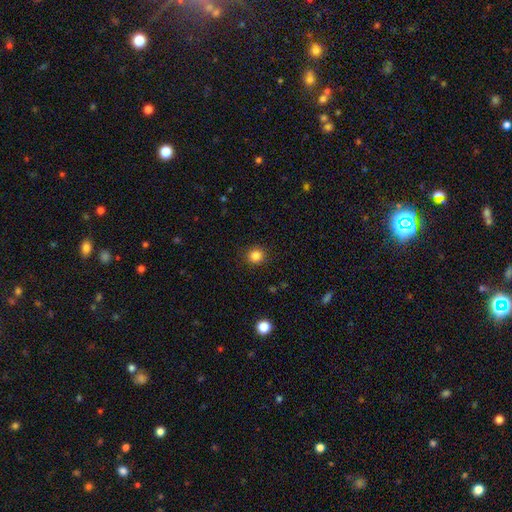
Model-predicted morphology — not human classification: Q: Smooth or featured?
A: smooth (84%); runner-up: star or artifact (12%)
Q: How rounded?
A: round (91%); runner-up: in between (8%)
Q: Merging?
A: none (90%); runner-up: minor disturbance (6%)